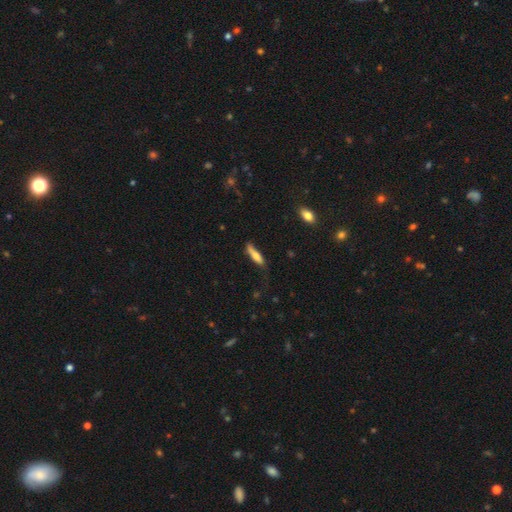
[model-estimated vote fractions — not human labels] A smooth galaxy with no disk features (66%) that is cigar-shaped (73%).

Vote fractions:
- Smooth or featured? smooth: 66% / featured or disk: 27% / star or artifact: 6%
- How rounded? cigar-shaped: 73% / in between: 26% / round: 2%
- Merging? none: 61% / minor disturbance: 28% / major disturbance: 8% / merger: 3%